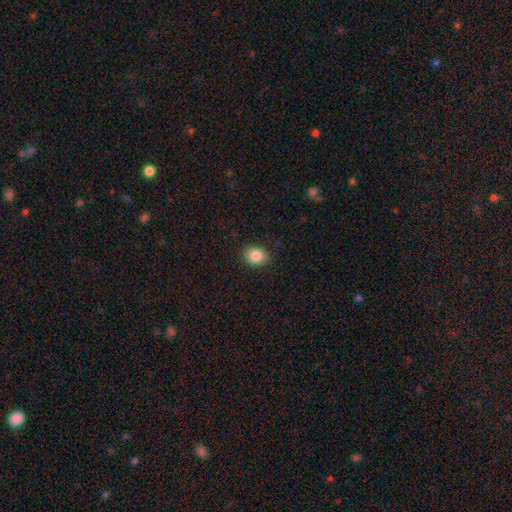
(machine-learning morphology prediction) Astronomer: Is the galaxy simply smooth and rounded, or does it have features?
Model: smooth — 85%.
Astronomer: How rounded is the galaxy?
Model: round — 54% (runner-up: in between, 45%).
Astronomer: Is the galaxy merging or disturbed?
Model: none — 88%.